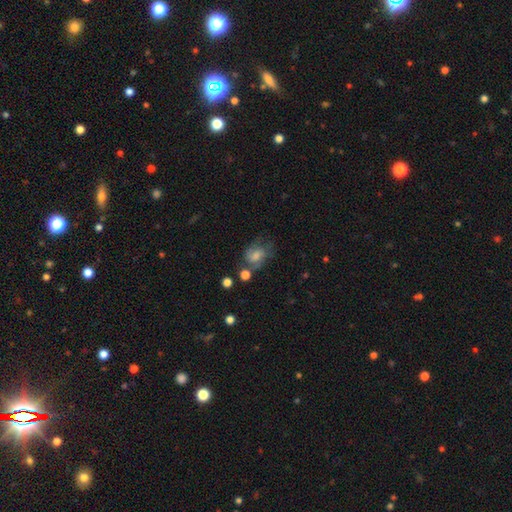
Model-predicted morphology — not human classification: Smooth or featured?
  - smooth: 56% *
  - featured or disk: 33%
  - star or artifact: 11%
How rounded?
  - in between: 61% *
  - round: 38%
  - cigar-shaped: 1%
Merging?
  - none: 40% *
  - minor disturbance: 26%
  - major disturbance: 22%
  - merger: 12%